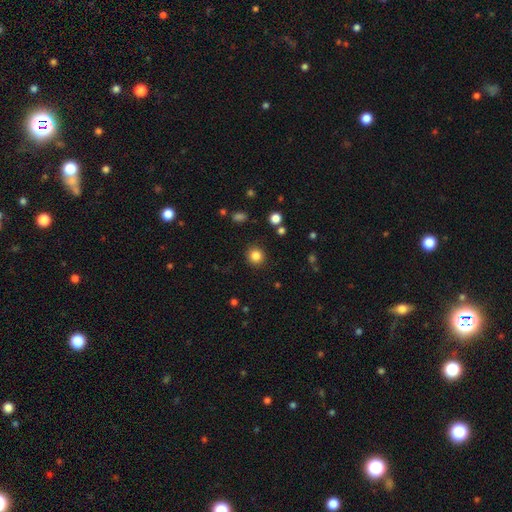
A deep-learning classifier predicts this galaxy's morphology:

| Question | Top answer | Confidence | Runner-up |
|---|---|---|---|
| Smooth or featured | smooth | 83% | star or artifact (12%) |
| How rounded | round | 92% | in between (7%) |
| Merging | none | 90% | minor disturbance (6%) |